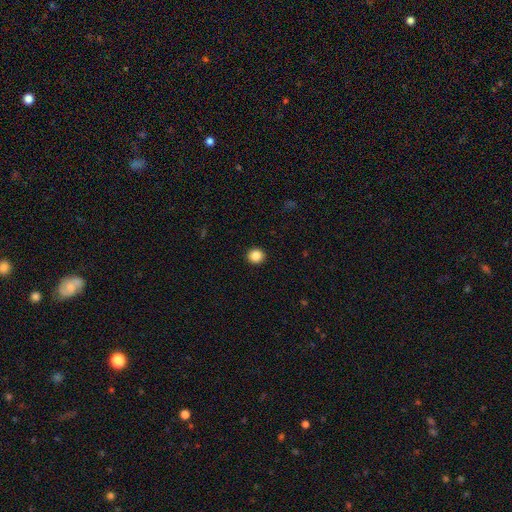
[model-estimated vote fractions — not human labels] Smooth or featured: smooth — 87% (star or artifact — 10%)
How rounded: round — 91% (in between — 8%)
Merging: none — 93% (minor disturbance — 4%)